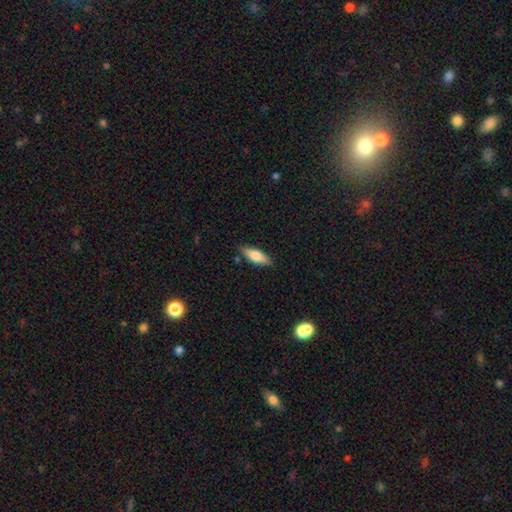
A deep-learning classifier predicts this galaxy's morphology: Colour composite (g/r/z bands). It shows a smooth galaxy with no disk features (68%) that is in between round and cigar-shaped (63%). Merging: none (82%).